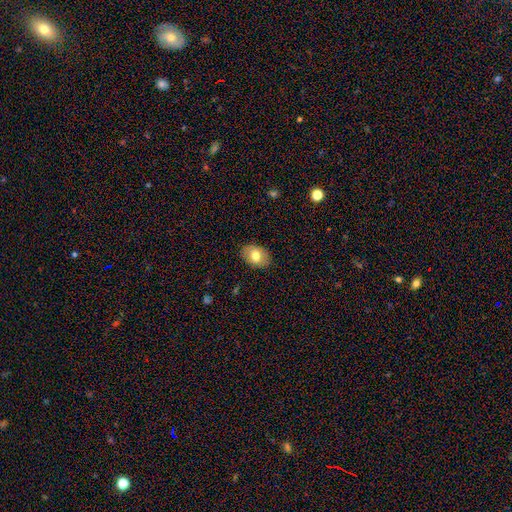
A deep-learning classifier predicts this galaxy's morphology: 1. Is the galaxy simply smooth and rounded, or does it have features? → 73% smooth, 19% featured or disk, 7% star or artifact.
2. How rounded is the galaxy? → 79% in between, 20% round, 1% cigar-shaped.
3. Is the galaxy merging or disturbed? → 87% none, 10% minor disturbance, 2% major disturbance, 1% merger.